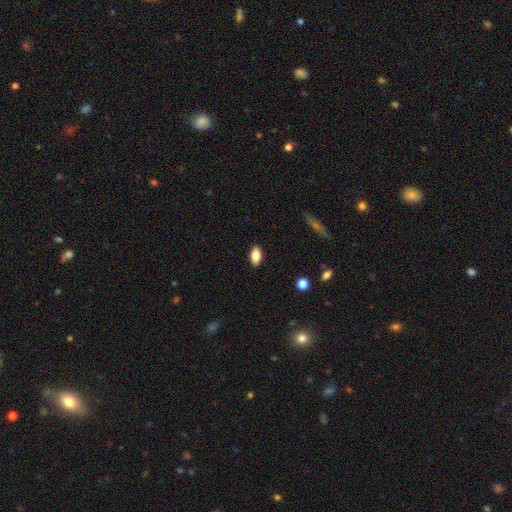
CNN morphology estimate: A smooth galaxy with no disk features (82%) that is in between round and cigar-shaped (90%).

Vote fractions:
- Smooth or featured? smooth: 82% / featured or disk: 10% / star or artifact: 8%
- How rounded? in between: 90% / cigar-shaped: 5% / round: 4%
- Merging? none: 89% / minor disturbance: 8% / major disturbance: 2% / merger: 1%